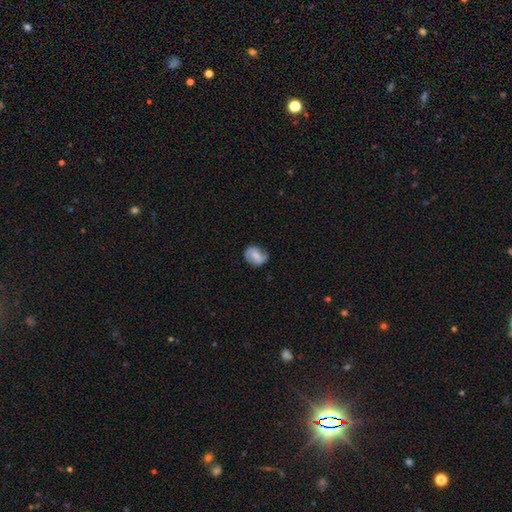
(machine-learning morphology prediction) smooth_or_featured: featured or disk (p=0.54) [alt: smooth p=0.38]
disk_edge_on: no (p=0.97) [alt: yes p=0.03]
bar: weak (p=0.46) [alt: no p=0.28]
has_spiral_arms: yes (p=0.85) [alt: no p=0.15]
bulge_size: small (p=0.39) [alt: moderate p=0.34]
merging: none (p=0.71) [alt: minor disturbance p=0.21]